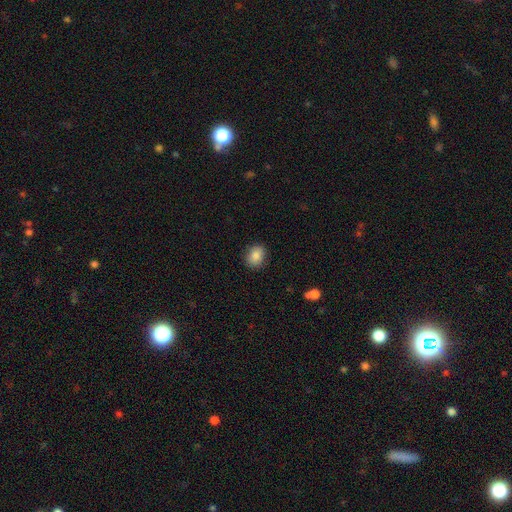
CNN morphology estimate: Smooth or featured?
  - smooth: 86% *
  - star or artifact: 9%
  - featured or disk: 6%
How rounded?
  - round: 50% *
  - in between: 49%
  - cigar-shaped: 1%
Merging?
  - none: 86% *
  - minor disturbance: 11%
  - major disturbance: 2%
  - merger: 1%